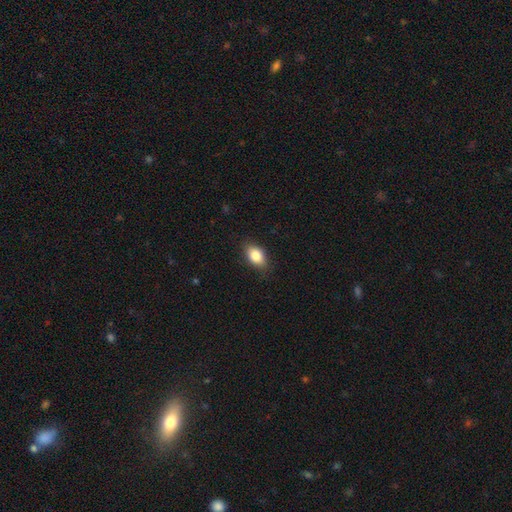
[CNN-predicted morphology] This appears to be a smooth galaxy with no disk features (84%) that is in between round and cigar-shaped (85%). Merging: none (84%).